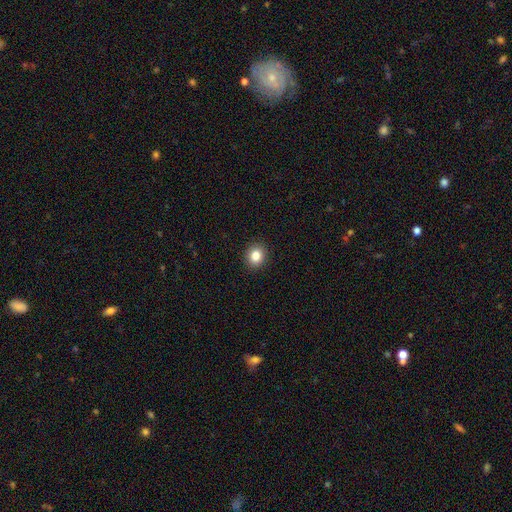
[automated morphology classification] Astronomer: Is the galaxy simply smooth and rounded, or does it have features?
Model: smooth — 84%.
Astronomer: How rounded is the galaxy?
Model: round — 71%.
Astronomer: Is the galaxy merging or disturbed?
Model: none — 92%.